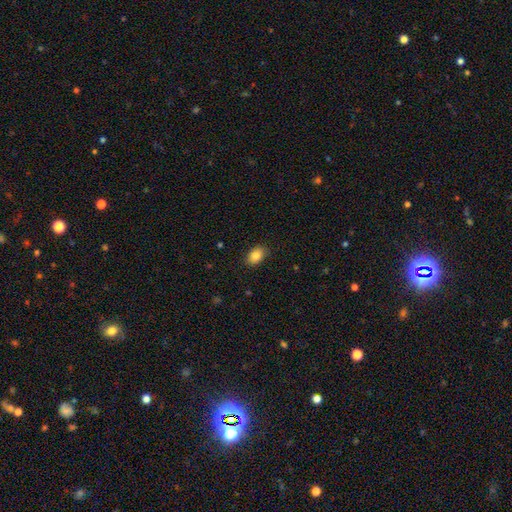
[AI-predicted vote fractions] This appears to be a smooth galaxy with no disk features (87%) that is in between round and cigar-shaped (85%). Merging: none (86%).